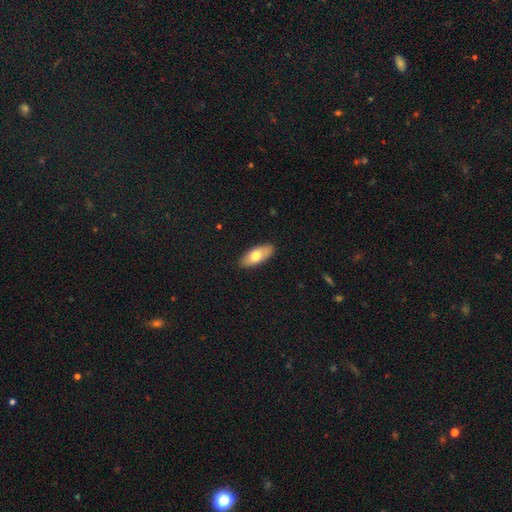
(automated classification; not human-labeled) Smooth or featured: smooth — 70% (featured or disk — 25%)
How rounded: in between — 85% (cigar-shaped — 13%)
Merging: none — 89% (minor disturbance — 8%)